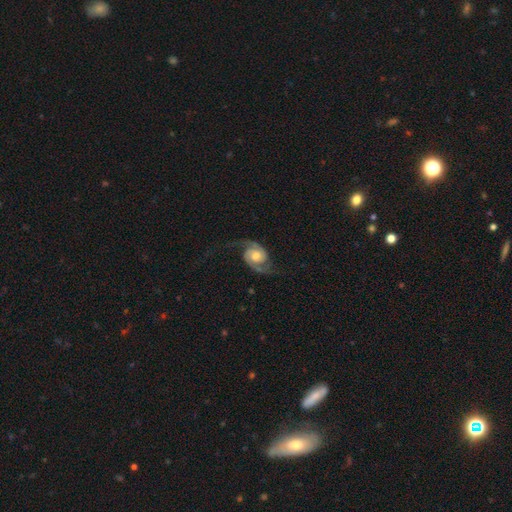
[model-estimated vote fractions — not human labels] A featured or disk galaxy (90%) with no bar (65%), 2 (94%) medium (50%) spiral arms (98%) and a moderate central bulge (63%). Merging: none (75%).